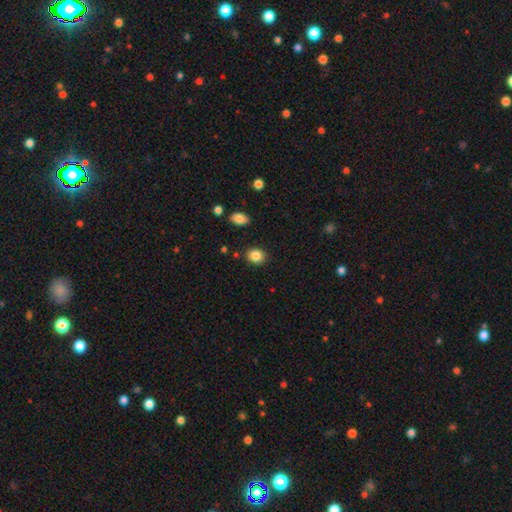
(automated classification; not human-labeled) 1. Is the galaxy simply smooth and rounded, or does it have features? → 86% smooth, 9% star or artifact, 5% featured or disk.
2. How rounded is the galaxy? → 59% round, 40% in between, 1% cigar-shaped.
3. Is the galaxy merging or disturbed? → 86% none, 9% minor disturbance, 3% major disturbance, 2% merger.